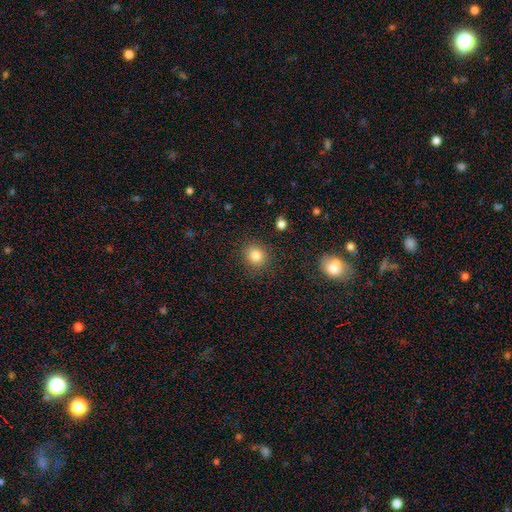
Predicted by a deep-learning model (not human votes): smooth_or_featured: smooth (p=0.83) [alt: star or artifact p=0.12]
how_rounded: round (p=0.85) [alt: in between p=0.14]
merging: none (p=0.87) [alt: minor disturbance p=0.08]